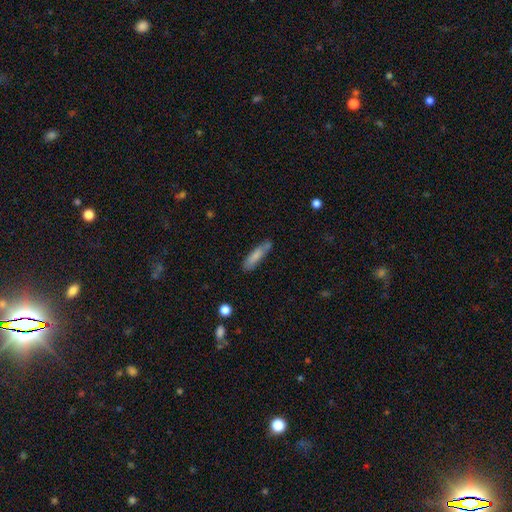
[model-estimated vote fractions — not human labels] A smooth galaxy with no disk features (78%) that is cigar-shaped (78%).

Vote fractions:
- Smooth or featured? smooth: 78% / featured or disk: 16% / star or artifact: 6%
- How rounded? cigar-shaped: 78% / in between: 20% / round: 1%
- Merging? none: 72% / minor disturbance: 20% / merger: 4% / major disturbance: 4%